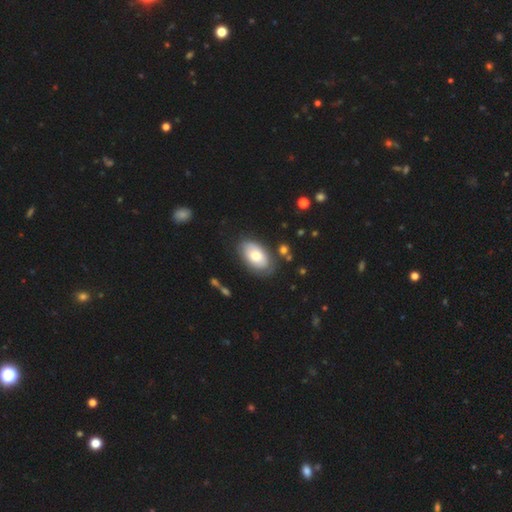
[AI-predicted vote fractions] Overall: smooth (69%). How rounded: in between (93%). Merging: none (74%).